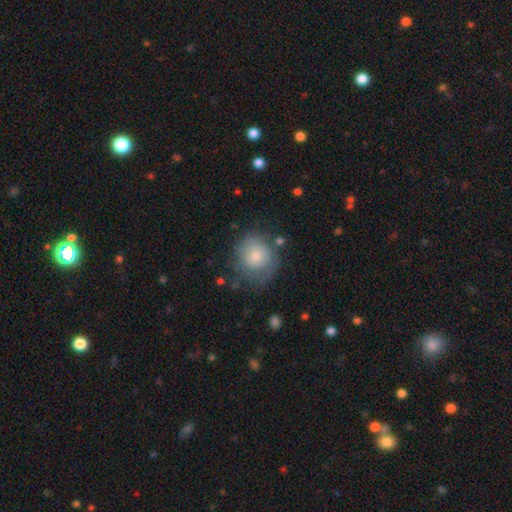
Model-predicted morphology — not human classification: This is likely a smooth galaxy (75%). How rounded: clearly round (84%). Merging: possibly none (58%).